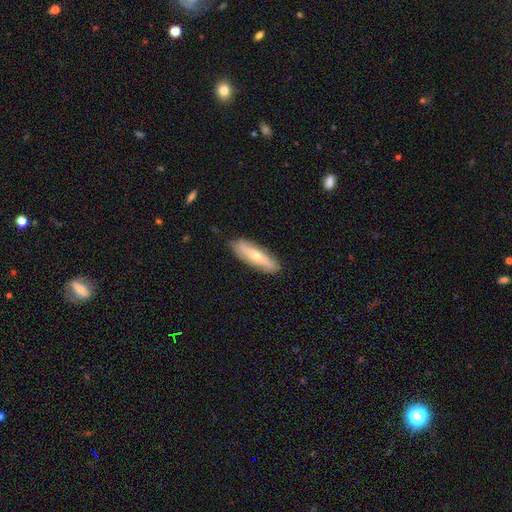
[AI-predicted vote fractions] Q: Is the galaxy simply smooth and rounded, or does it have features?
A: featured or disk — 50%.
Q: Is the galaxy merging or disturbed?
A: none — 84%.